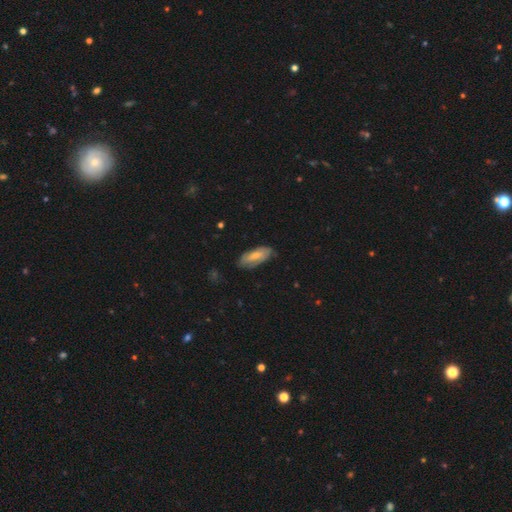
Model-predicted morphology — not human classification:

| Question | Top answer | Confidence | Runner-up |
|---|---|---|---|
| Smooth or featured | smooth | 59% | featured or disk (35%) |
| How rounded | in between | 80% | cigar-shaped (18%) |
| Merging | none | 69% | minor disturbance (24%) |